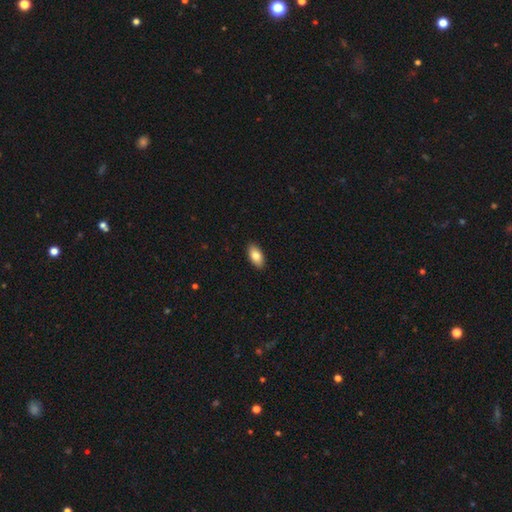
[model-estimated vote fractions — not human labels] Q: Smooth or featured?
A: smooth (82%); runner-up: featured or disk (11%)
Q: How rounded?
A: in between (93%); runner-up: cigar-shaped (4%)
Q: Merging?
A: none (90%); runner-up: minor disturbance (8%)